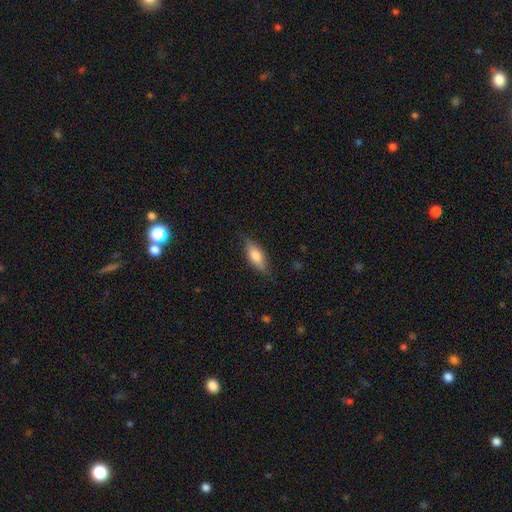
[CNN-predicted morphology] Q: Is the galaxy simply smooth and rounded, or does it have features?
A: smooth — 70%.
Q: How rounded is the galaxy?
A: in between — 71%.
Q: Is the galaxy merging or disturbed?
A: none — 79%.